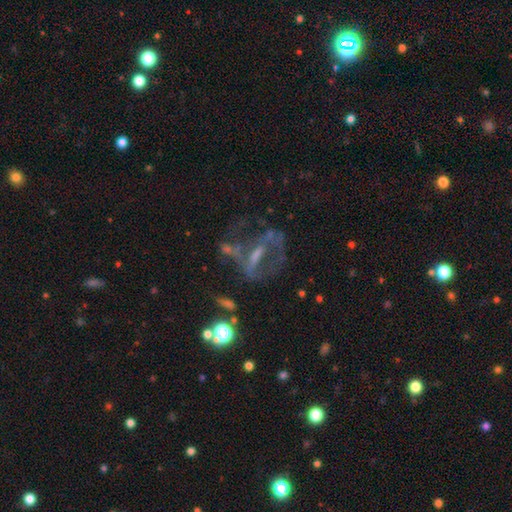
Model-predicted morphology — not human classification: A featured or disk galaxy (64%) with a strong bar (37%), no spiral arms (64%) and no central bulge (34%, tied with small). Merging: none (42%).